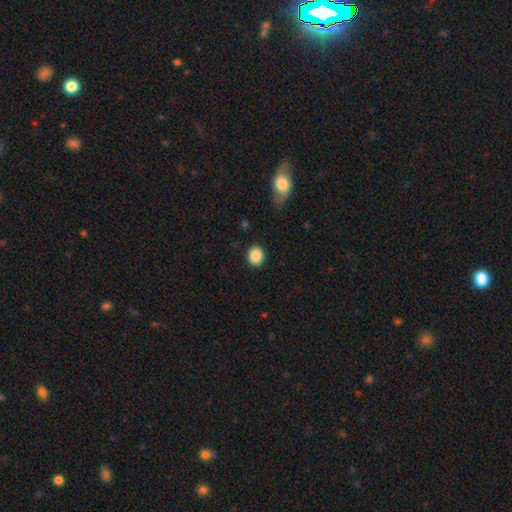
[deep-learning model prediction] smooth_or_featured: smooth (p=0.88) [alt: star or artifact p=0.09]
how_rounded: round (p=0.68) [alt: in between p=0.31]
merging: none (p=0.88) [alt: minor disturbance p=0.08]